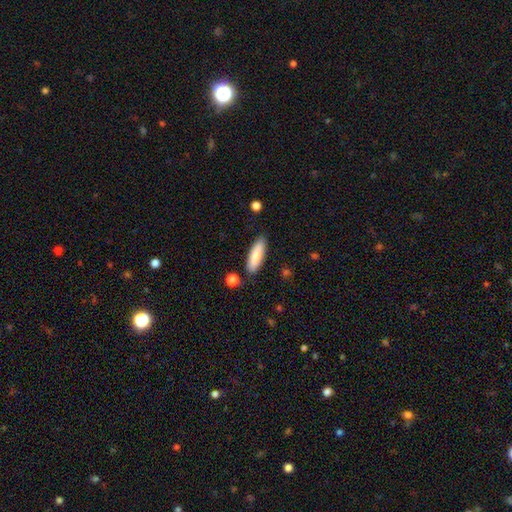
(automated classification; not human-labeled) Smooth or featured? smooth (82%)
How rounded? cigar-shaped (52%)
Merging? none (84%)